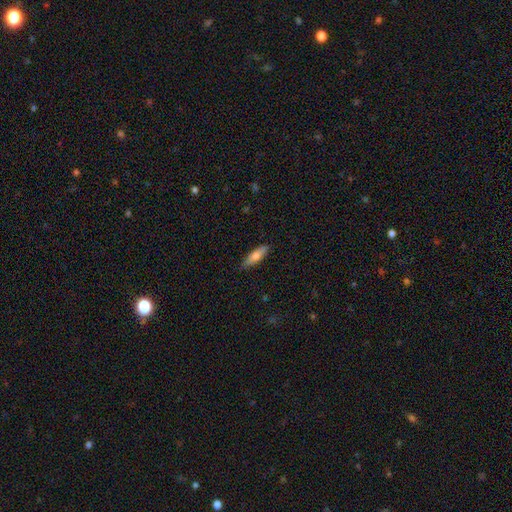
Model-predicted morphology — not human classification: Q: Smooth or featured?
A: smooth (66%); runner-up: featured or disk (28%)
Q: How rounded?
A: cigar-shaped (60%); runner-up: in between (38%)
Q: Merging?
A: none (86%); runner-up: minor disturbance (11%)